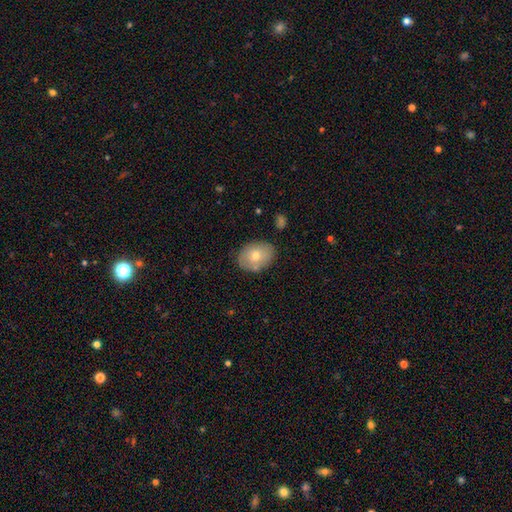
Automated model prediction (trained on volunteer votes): Morphology: type=smooth (69%); roundness=in between (70%); merging=none (79%).